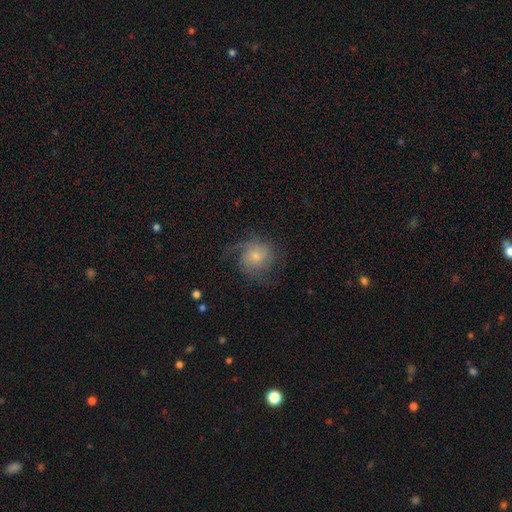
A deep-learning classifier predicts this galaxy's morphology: Smooth or featured? featured or disk (51%)
Edge-on disk? no (97%)
Merging? none (54%)